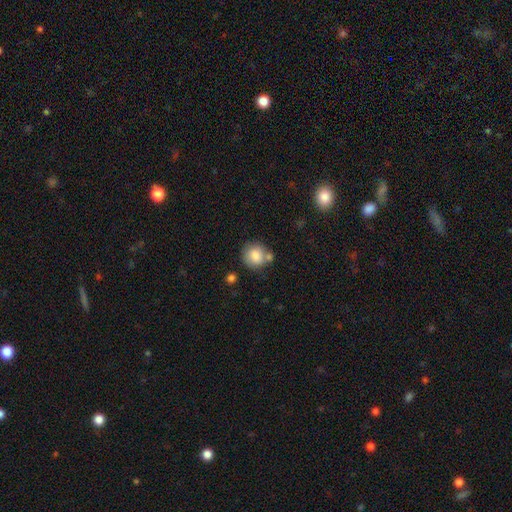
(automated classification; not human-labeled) Smooth or featured: smooth — 83% (featured or disk — 9%)
How rounded: round — 87% (in between — 12%)
Merging: none — 61% (merger — 19%)